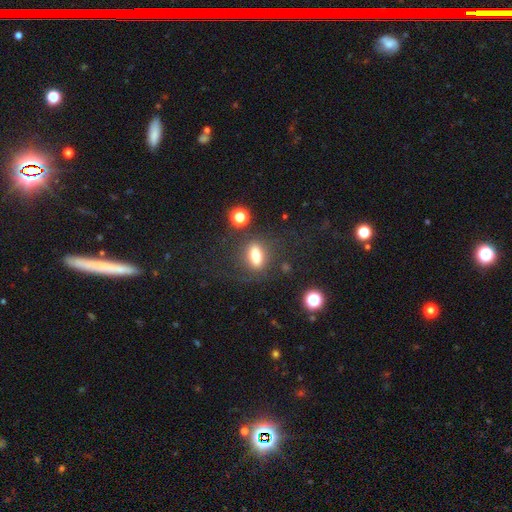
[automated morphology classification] This appears to be a smooth galaxy with no disk features (70%) that is in between round and cigar-shaped (73%). Merging: none (74%).